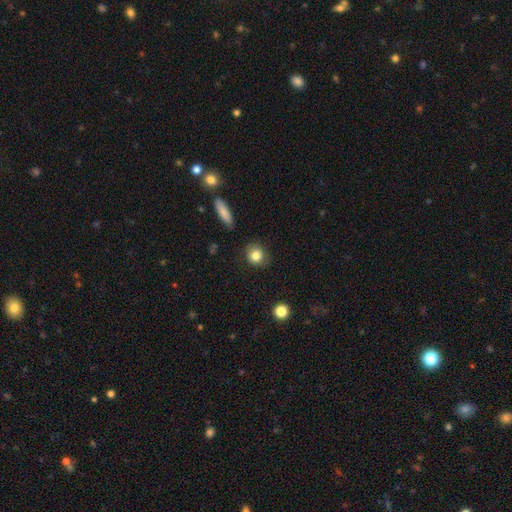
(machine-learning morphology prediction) Q: Smooth or featured?
A: smooth (84%); runner-up: star or artifact (9%)
Q: How rounded?
A: round (80%); runner-up: in between (19%)
Q: Merging?
A: none (83%); runner-up: minor disturbance (12%)